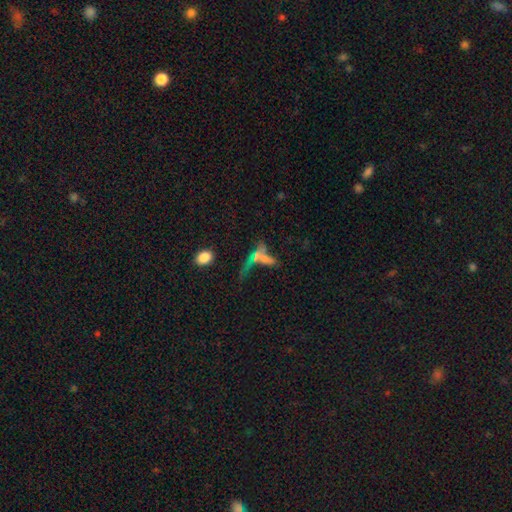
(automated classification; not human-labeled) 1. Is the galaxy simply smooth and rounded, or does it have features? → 48% smooth, 35% featured or disk, 17% star or artifact.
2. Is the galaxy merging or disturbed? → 42% merger, 29% none, 17% major disturbance, 12% minor disturbance.